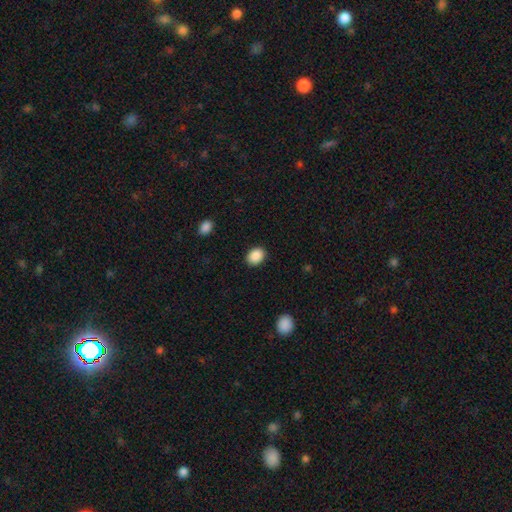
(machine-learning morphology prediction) The model was most divided on "how rounded": in between: 62%, round: 37%, cigar-shaped: 1%. More confident: smooth or featured — smooth (89%); merging — none (89%).